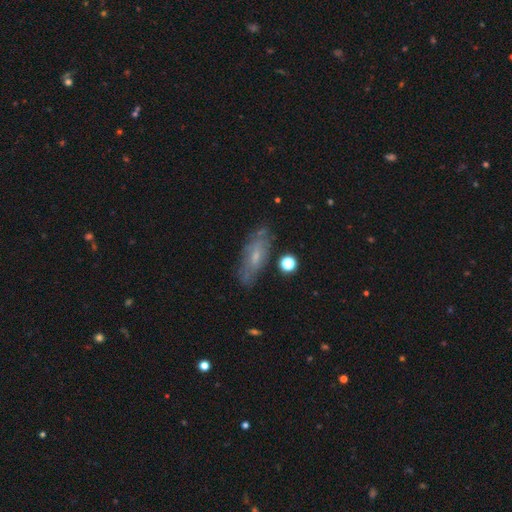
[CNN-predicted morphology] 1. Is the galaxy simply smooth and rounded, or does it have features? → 48% featured or disk, 43% smooth, 9% star or artifact.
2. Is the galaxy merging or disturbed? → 71% none, 19% minor disturbance, 7% major disturbance, 3% merger.